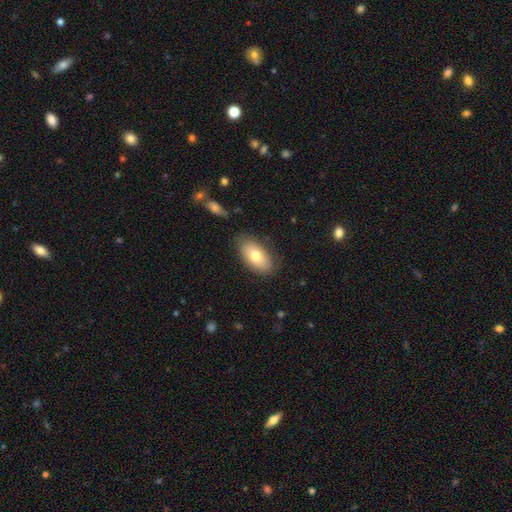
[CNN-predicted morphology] Smooth or featured? Predicted: smooth (p=0.74). How rounded? Predicted: in between (p=0.92). Merging? Predicted: none (p=0.81).